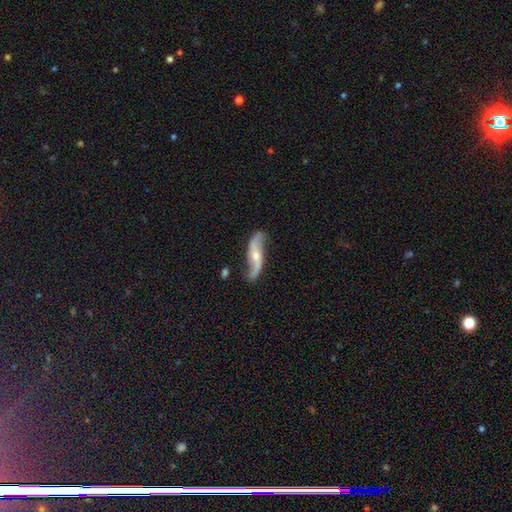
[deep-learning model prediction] smooth_or_featured: featured or disk (p=0.86) [alt: smooth p=0.09]
disk_edge_on: no (p=0.89) [alt: yes p=0.11]
bar: no (p=0.56) [alt: weak p=0.30]
has_spiral_arms: yes (p=0.96) [alt: no p=0.04]
spiral_winding: loose (p=0.84) [alt: medium p=0.12]
spiral_arm_count: 2 (p=0.93) [alt: can't tell p=0.02]
bulge_size: moderate (p=0.47) [alt: small p=0.46]
merging: none (p=0.75) [alt: minor disturbance p=0.16]